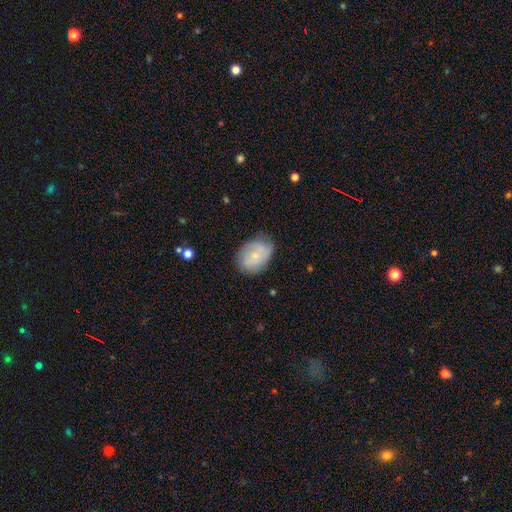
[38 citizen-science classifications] Overall: smooth (50%; featured or disk 45%). How rounded: in between (79%). Merging: none (50%; minor disturbance 42%).